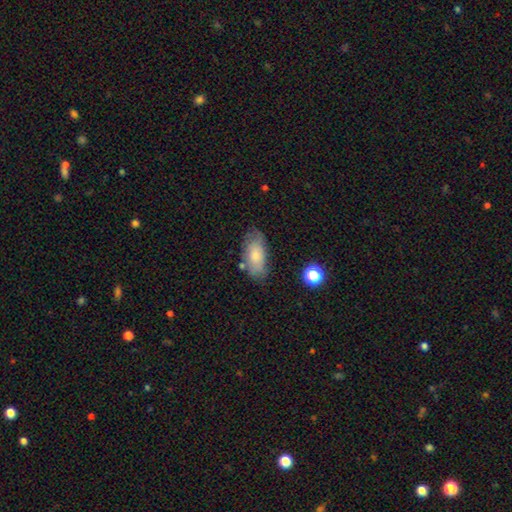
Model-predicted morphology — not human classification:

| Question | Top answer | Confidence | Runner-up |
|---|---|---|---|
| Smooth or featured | smooth | 68% | featured or disk (24%) |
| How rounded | in between | 90% | cigar-shaped (6%) |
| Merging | none | 65% | minor disturbance (24%) |